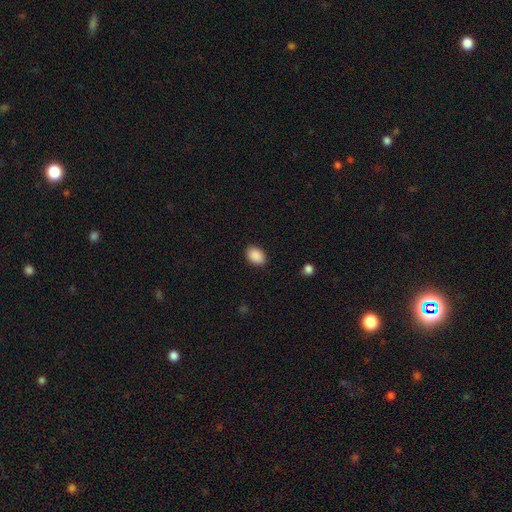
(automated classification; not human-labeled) This appears to be a smooth galaxy with no disk features (90%) that is in between round and cigar-shaped (84%). Merging: none (89%).